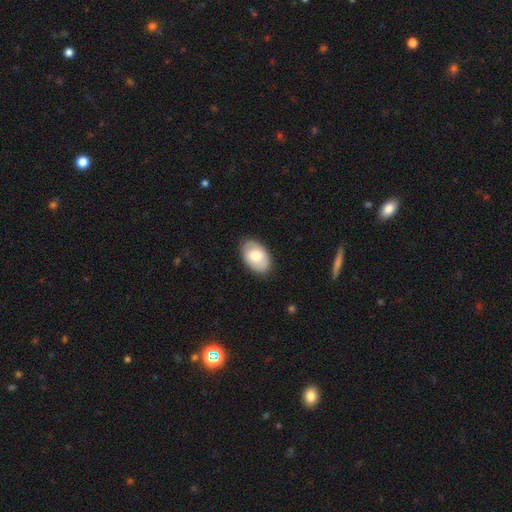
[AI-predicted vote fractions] Smooth or featured?
  - smooth: 76% *
  - featured or disk: 18%
  - star or artifact: 6%
How rounded?
  - in between: 91% *
  - round: 8%
  - cigar-shaped: 1%
Merging?
  - none: 85% *
  - minor disturbance: 12%
  - major disturbance: 2%
  - merger: 1%